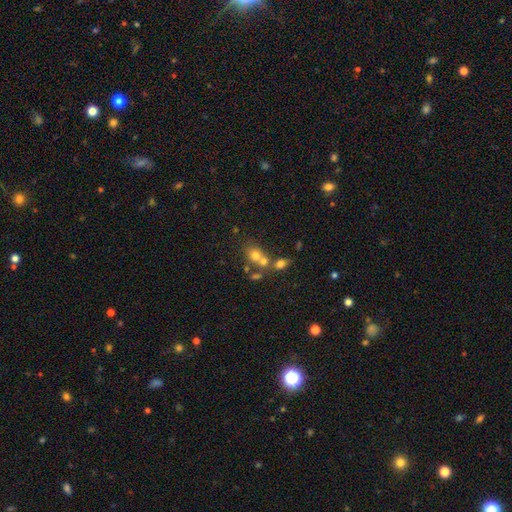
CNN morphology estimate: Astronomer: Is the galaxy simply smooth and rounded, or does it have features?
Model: smooth — 67%.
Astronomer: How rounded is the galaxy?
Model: round — 60% (runner-up: in between, 39%).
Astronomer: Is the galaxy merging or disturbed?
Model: merger — 48% (runner-up: none, 36%).